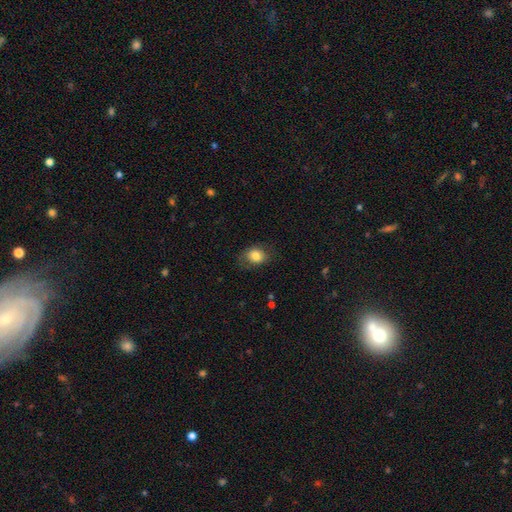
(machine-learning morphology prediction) smooth 81%, featured or disk 10%, star or artifact 9%. Down the decision tree: how rounded — round (52%); merging — none (71%).